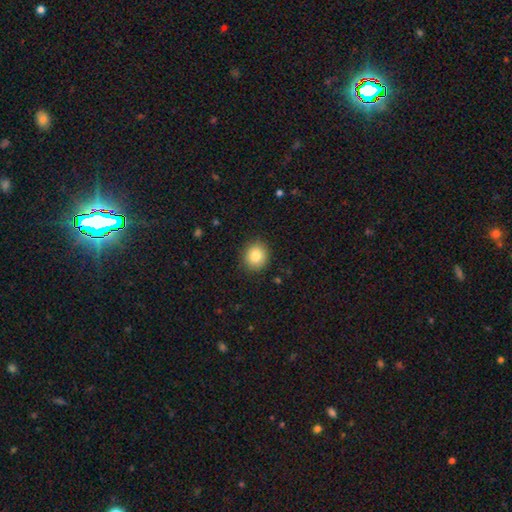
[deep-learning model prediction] A smooth galaxy with no disk features (84%) that is round (83%).

Vote fractions:
- Smooth or featured? smooth: 84% / star or artifact: 9% / featured or disk: 7%
- How rounded? round: 83% / in between: 16% / cigar-shaped: 1%
- Merging? none: 90% / minor disturbance: 7% / major disturbance: 2% / merger: 1%